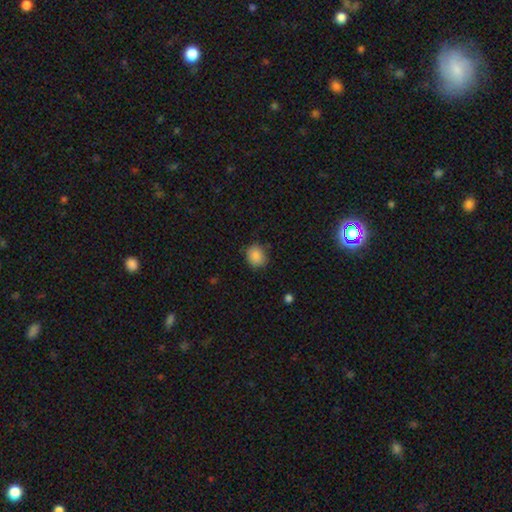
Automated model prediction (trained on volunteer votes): A smooth galaxy with no disk features (87%) that is round (68%).

Vote fractions:
- Smooth or featured? smooth: 87% / star or artifact: 9% / featured or disk: 4%
- How rounded? round: 68% / in between: 31% / cigar-shaped: 1%
- Merging? none: 78% / minor disturbance: 17% / major disturbance: 4% / merger: 1%